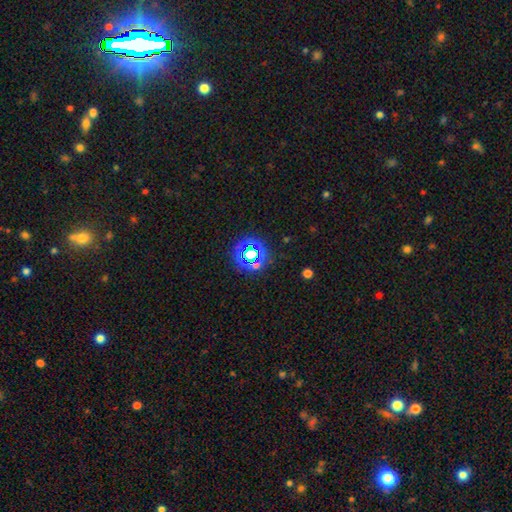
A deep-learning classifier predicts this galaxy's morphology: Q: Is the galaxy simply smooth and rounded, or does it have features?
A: star or artifact — 68%.